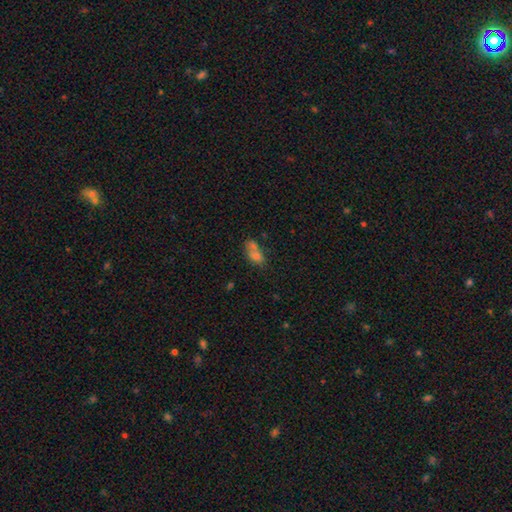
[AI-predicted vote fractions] Smooth or featured: smooth — 68% (featured or disk — 19%)
How rounded: in between — 79% (round — 13%)
Merging: merger — 46% (none — 29%)